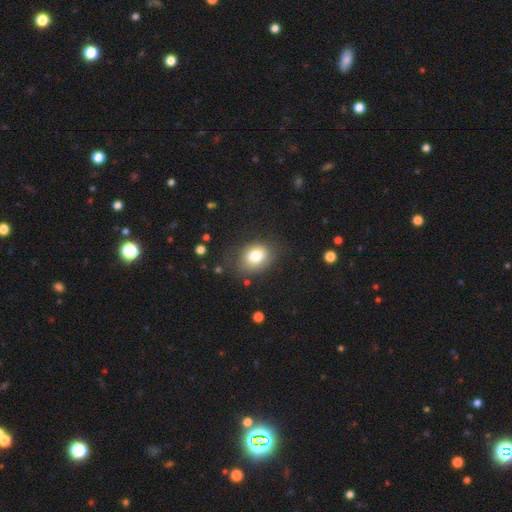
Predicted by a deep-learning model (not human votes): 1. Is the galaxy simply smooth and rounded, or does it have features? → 79% smooth, 11% featured or disk, 10% star or artifact.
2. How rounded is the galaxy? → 52% in between, 47% round, 1% cigar-shaped.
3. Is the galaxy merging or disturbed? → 72% none, 19% minor disturbance, 7% major disturbance, 2% merger.